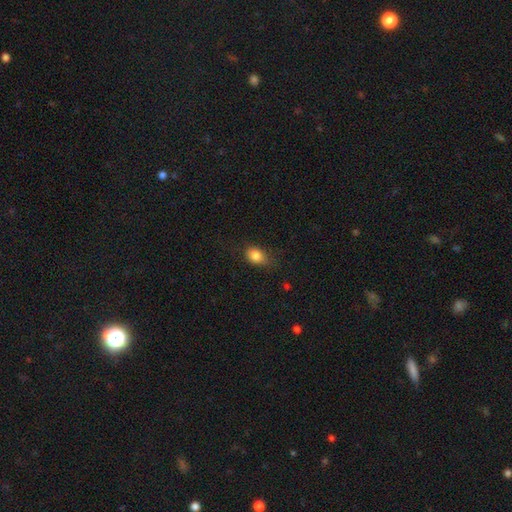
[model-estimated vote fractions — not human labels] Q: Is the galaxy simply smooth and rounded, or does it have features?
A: smooth — 84%.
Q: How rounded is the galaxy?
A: in between — 70%.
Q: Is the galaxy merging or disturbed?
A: none — 63%.